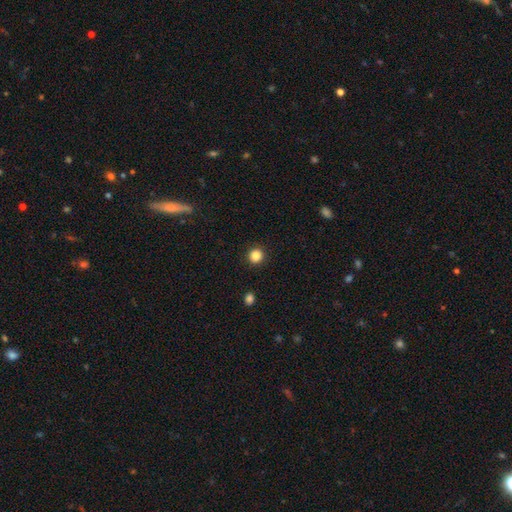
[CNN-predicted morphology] Smooth or featured?
  - smooth: 85% *
  - star or artifact: 11%
  - featured or disk: 4%
How rounded?
  - round: 93% *
  - in between: 6%
  - cigar-shaped: 1%
Merging?
  - none: 92% *
  - minor disturbance: 5%
  - major disturbance: 2%
  - merger: 1%